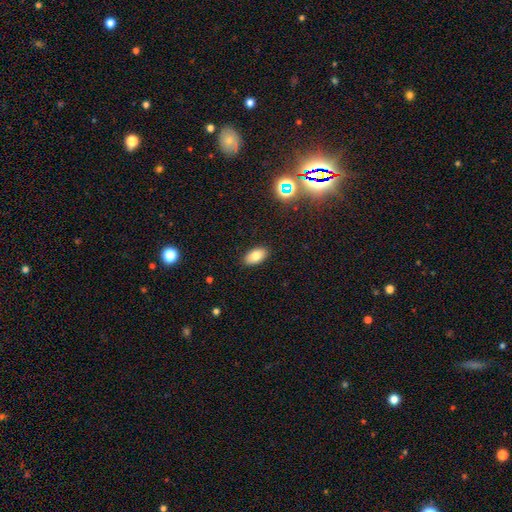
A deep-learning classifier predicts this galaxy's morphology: smooth 78%, featured or disk 12%, star or artifact 10%. Down the decision tree: how rounded — in between (93%); merging — none (89%).